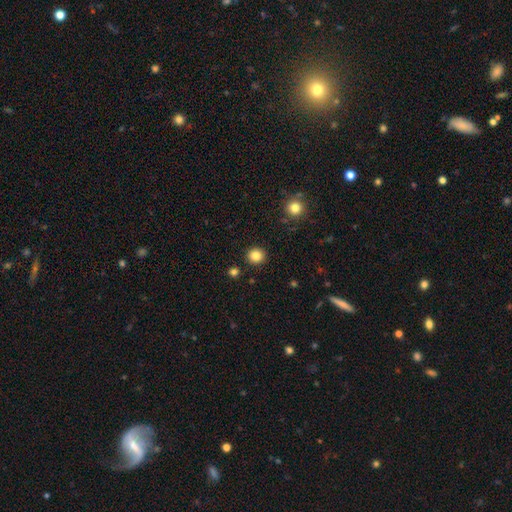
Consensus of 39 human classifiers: This appears to be a smooth galaxy with no disk features (87%) that is round (91%). Merging: none (94%).